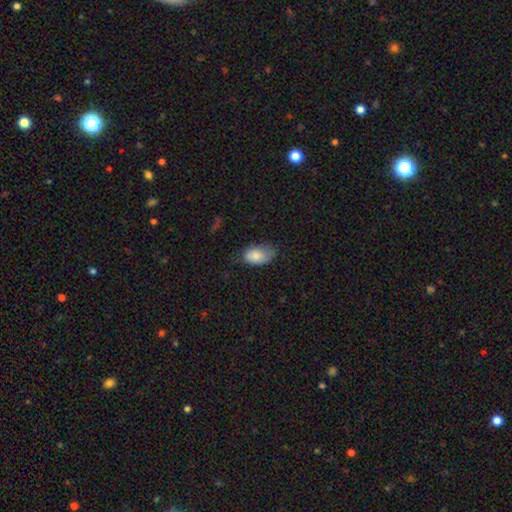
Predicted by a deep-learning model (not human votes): smooth-or-featured: smooth: 82% | featured or disk: 11% | star or artifact: 7%
  how-rounded: in between: 93% | round: 6% | cigar-shaped: 2%
  merging: none: 51% | minor disturbance: 36% | major disturbance: 11% | merger: 2%